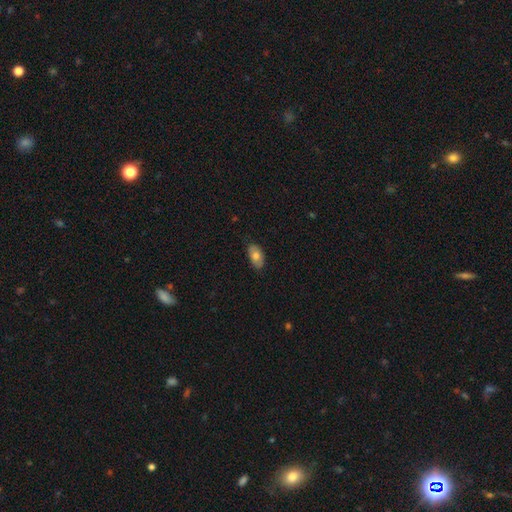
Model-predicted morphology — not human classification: Smooth or featured? Predicted: smooth (p=0.72). How rounded? Predicted: in between (p=0.93). Merging? Predicted: none (p=0.83).